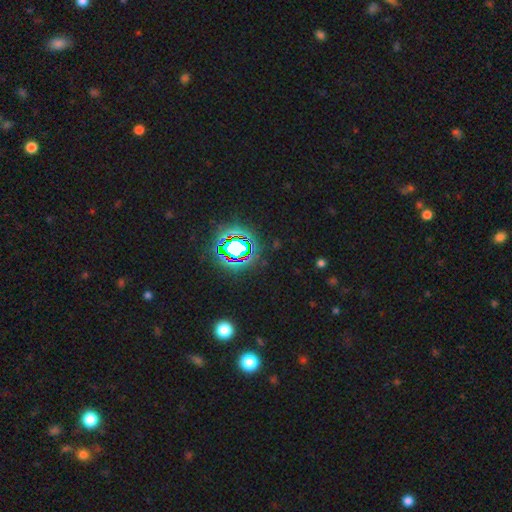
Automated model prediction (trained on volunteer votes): Overall: star or artifact (82%).